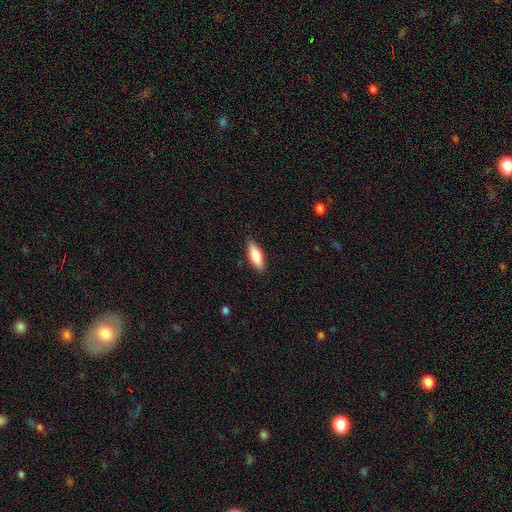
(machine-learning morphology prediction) The model was most divided on "how rounded": in between: 66%, cigar-shaped: 32%, round: 2%. More confident: merging — none (87%); smooth or featured — smooth (79%).